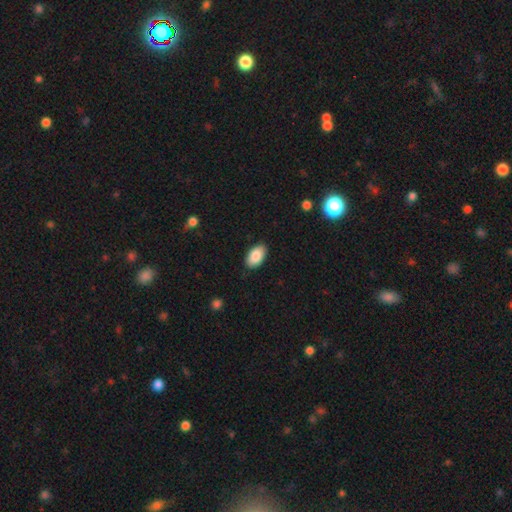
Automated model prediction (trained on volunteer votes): Smooth or featured: smooth — 87% (featured or disk — 7%)
How rounded: in between — 94% (round — 5%)
Merging: none — 86% (minor disturbance — 11%)